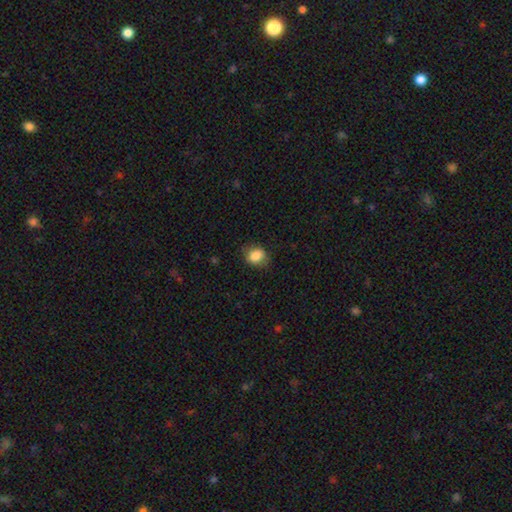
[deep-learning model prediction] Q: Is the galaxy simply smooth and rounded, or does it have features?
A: smooth — 86%.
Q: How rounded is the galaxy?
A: round — 57%.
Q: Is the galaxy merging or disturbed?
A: none — 78%.